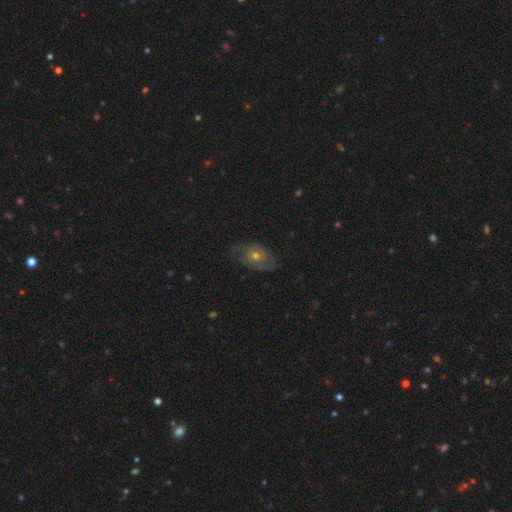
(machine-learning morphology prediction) A featured or disk galaxy (68%) with no bar (82%), 2 (57%) tight (42%) spiral arms (84%) and a moderate central bulge (52%).

Vote fractions:
- Smooth or featured? featured or disk: 68% / smooth: 21% / star or artifact: 11%
- Edge-on disk? no: 95% / yes: 5%
- Bar? no: 82% / weak: 15% / strong: 3%
- Spiral arms? yes: 84% / no: 16%
- Spiral winding? tight: 42% / medium: 39% / loose: 19%
- Spiral arm count? 2: 57% / can't tell: 25% / 3: 7% / 1: 5% / 4: 3% / more than 4: 3%
- Bulge size? moderate: 52% / small: 43% / large: 3% / none: 1% / dominant: 1%
- Merging? none: 70% / minor disturbance: 20% / major disturbance: 9% / merger: 1%